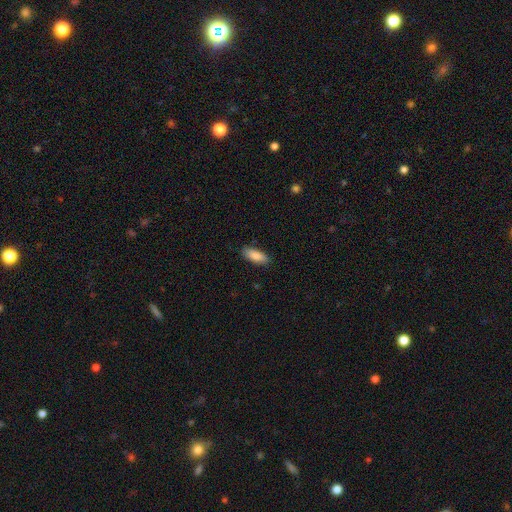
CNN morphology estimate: Smooth or featured: smooth — 87% (featured or disk — 6%)
How rounded: in between — 77% (cigar-shaped — 22%)
Merging: none — 86% (minor disturbance — 10%)